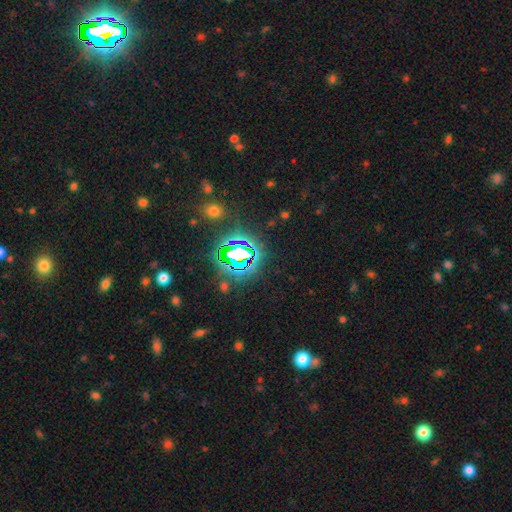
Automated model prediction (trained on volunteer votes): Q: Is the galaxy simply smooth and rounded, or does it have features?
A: star or artifact — 81%.